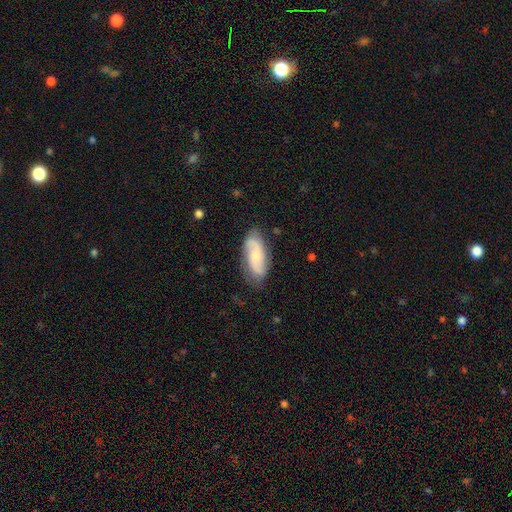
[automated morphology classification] A featured or disk galaxy (58%) with no bar (62%), spiral arms (91%) and a small central bulge (53%). Merging: none (77%).